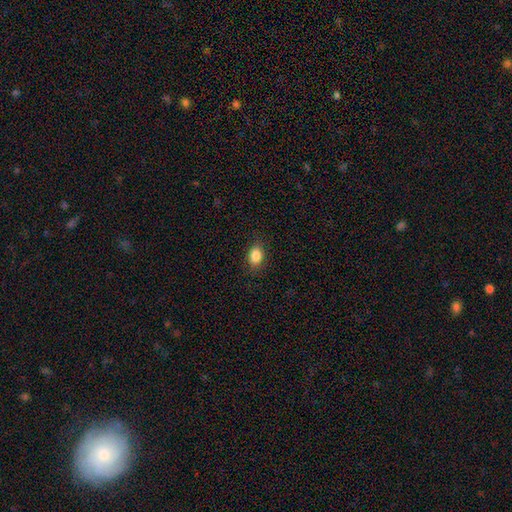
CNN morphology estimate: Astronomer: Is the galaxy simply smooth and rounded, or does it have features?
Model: smooth — 86%.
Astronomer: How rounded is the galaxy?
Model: in between — 79%.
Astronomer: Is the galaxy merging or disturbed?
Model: none — 86%.